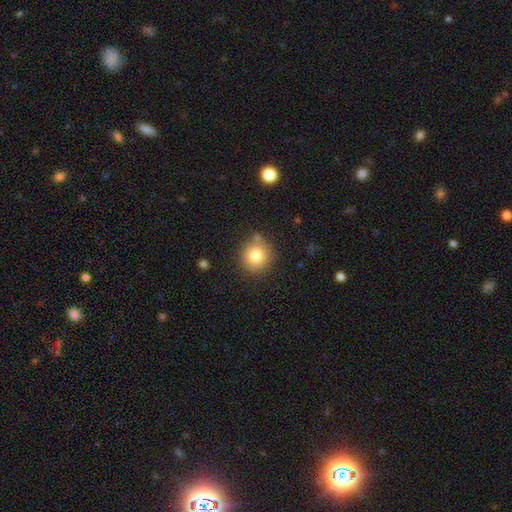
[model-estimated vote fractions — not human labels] Q: Smooth or featured?
A: smooth (81%); runner-up: star or artifact (11%)
Q: How rounded?
A: round (91%); runner-up: in between (8%)
Q: Merging?
A: none (83%); runner-up: minor disturbance (10%)